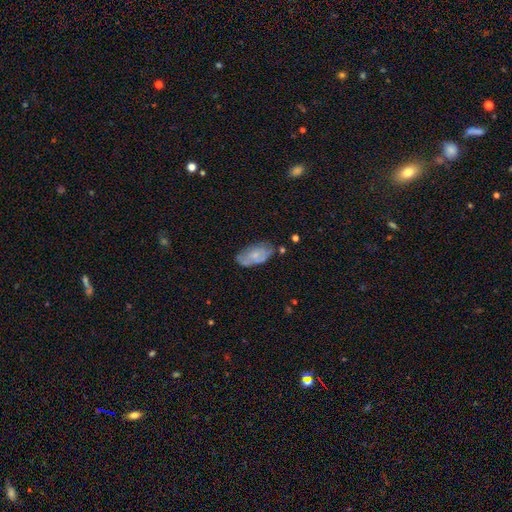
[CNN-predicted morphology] Smooth or featured: smooth — 53% (featured or disk — 40%)
How rounded: in between — 92% (cigar-shaped — 5%)
Merging: none — 59% (minor disturbance — 29%)